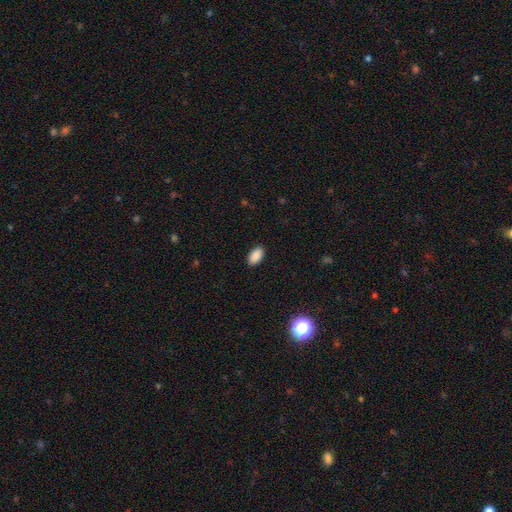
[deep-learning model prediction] Overall: smooth (90%). How rounded: in between (94%). Merging: none (90%).